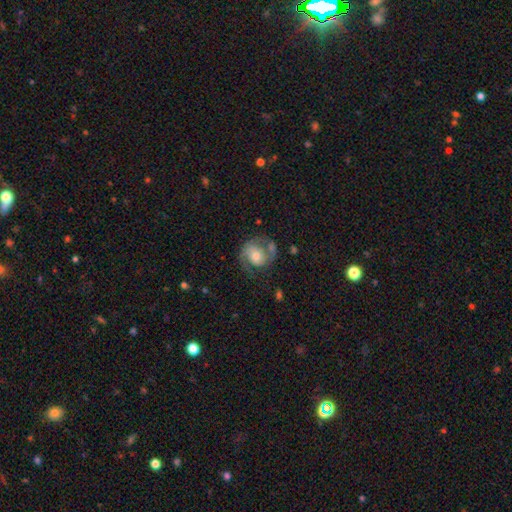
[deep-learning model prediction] Smooth or featured? Predicted: featured or disk (p=0.67). Edge-on disk? Predicted: no (p=0.97). Bar? Predicted: no (p=0.66). Spiral arms? Predicted: yes (p=0.87). Spiral winding? Predicted: medium (p=0.48). Spiral arm count? Predicted: 2 (p=0.80). Bulge size? Predicted: moderate (p=0.54). Merging? Predicted: none (p=0.58).